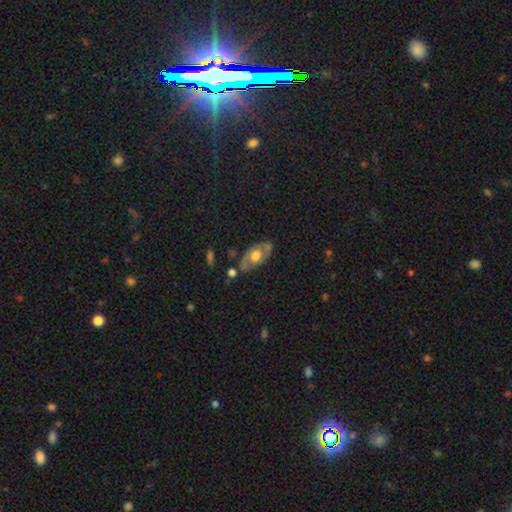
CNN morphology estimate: Q: Smooth or featured?
A: featured or disk (63%); runner-up: smooth (31%)
Q: Edge-on disk?
A: no (88%); runner-up: yes (12%)
Q: Bar?
A: no (74%); runner-up: weak (21%)
Q: Spiral arms?
A: yes (54%); runner-up: no (46%)
Q: Bulge size?
A: large (46%); tied with: moderate (46%)
Q: Merging?
A: none (76%); runner-up: minor disturbance (16%)